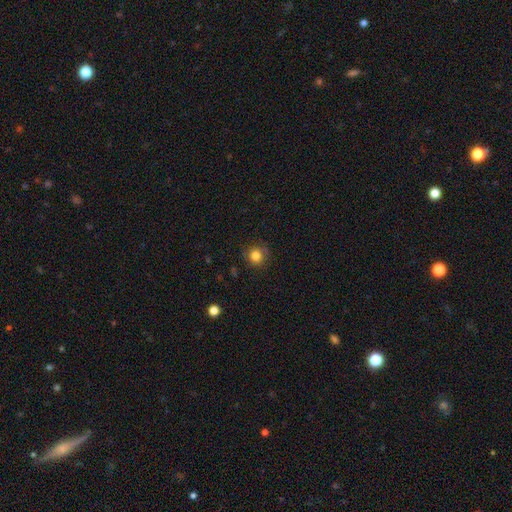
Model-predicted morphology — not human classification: smooth 82%, star or artifact 12%, featured or disk 6%. Down the decision tree: how rounded — round (91%); merging — none (84%).